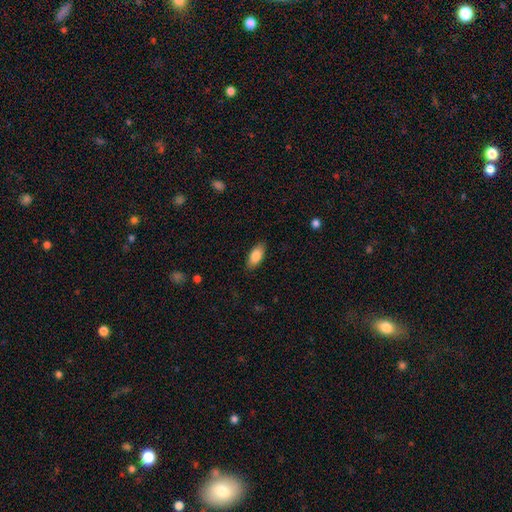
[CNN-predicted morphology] smooth-or-featured: smooth: 86% | featured or disk: 8% | star or artifact: 6%
  how-rounded: in between: 87% | cigar-shaped: 10% | round: 2%
  merging: none: 87% | minor disturbance: 10% | major disturbance: 2% | merger: 1%